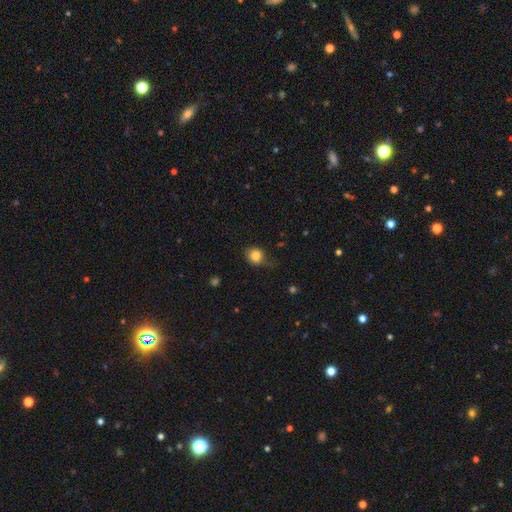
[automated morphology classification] Smooth or featured: smooth — 82% (star or artifact — 11%)
How rounded: round — 78% (in between — 21%)
Merging: none — 68% (minor disturbance — 24%)